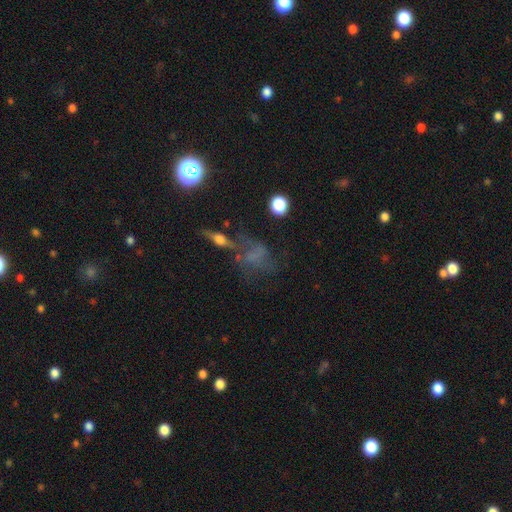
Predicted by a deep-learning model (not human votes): The model was most divided on "smooth or featured": featured or disk: 41%, smooth: 35%, star or artifact: 24%. Remaining: merging — none (39%).